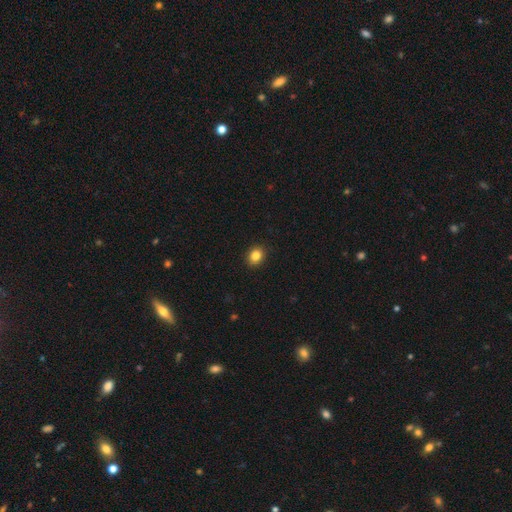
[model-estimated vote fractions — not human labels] smooth_or_featured: smooth (p=0.85) [alt: star or artifact p=0.10]
how_rounded: round (p=0.58) [alt: in between p=0.41]
merging: none (p=0.91) [alt: minor disturbance p=0.06]